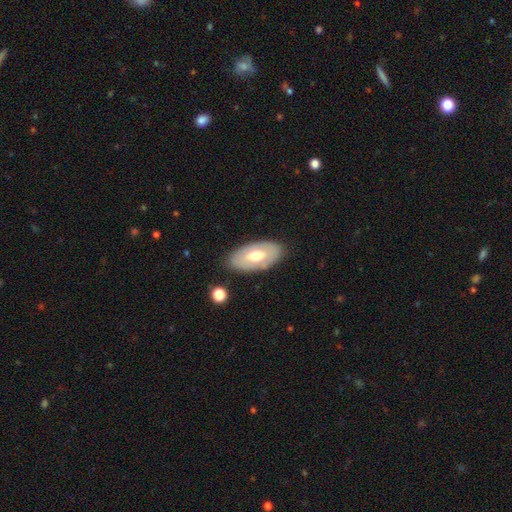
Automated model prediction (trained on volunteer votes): This is possibly a featured or disk galaxy (49%). Merging: clearly none (83%).